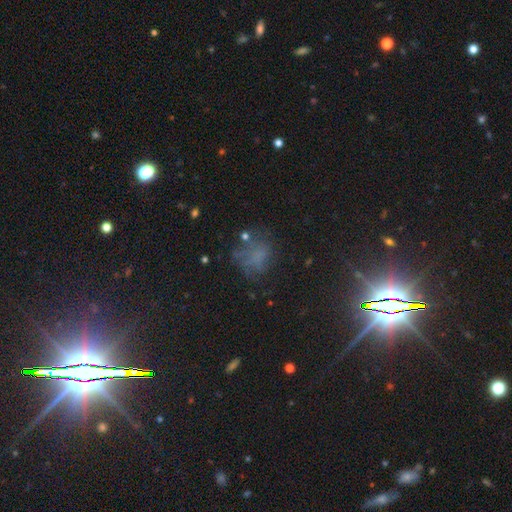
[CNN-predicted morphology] smooth 42%, star or artifact 33%, featured or disk 25%. Down the decision tree: merging — none (51%).